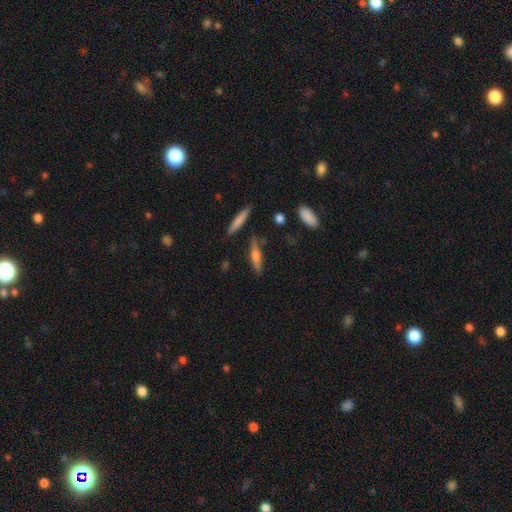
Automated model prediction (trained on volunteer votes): Smooth or featured?
  - smooth: 53% *
  - featured or disk: 40%
  - star or artifact: 8%
How rounded?
  - cigar-shaped: 77% *
  - in between: 20%
  - round: 3%
Merging?
  - none: 79% *
  - minor disturbance: 13%
  - merger: 4%
  - major disturbance: 3%